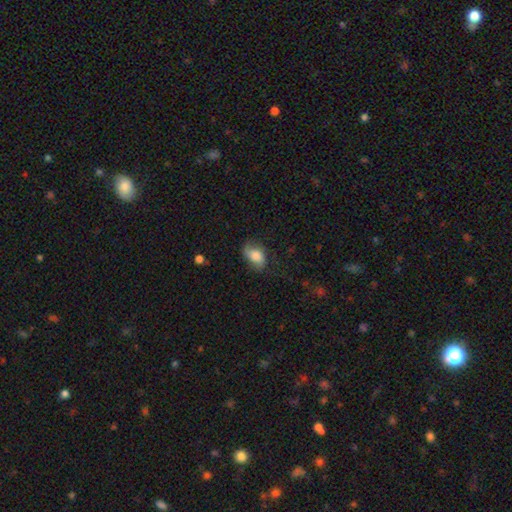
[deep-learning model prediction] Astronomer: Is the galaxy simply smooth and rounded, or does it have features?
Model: smooth — 68%.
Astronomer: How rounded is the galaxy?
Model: in between — 85%.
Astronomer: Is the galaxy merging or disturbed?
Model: none — 60%.